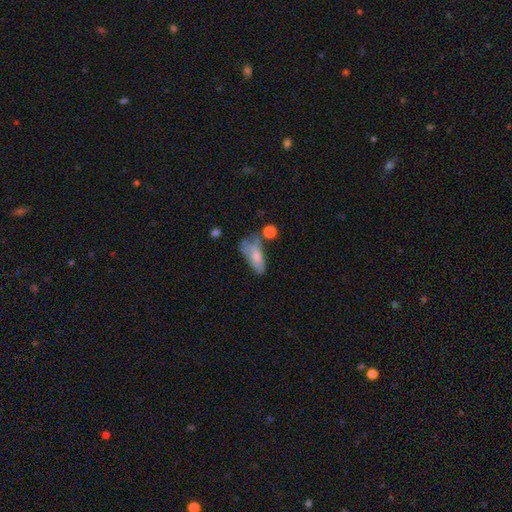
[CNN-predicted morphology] Smooth or featured?
  - smooth: 68% *
  - featured or disk: 24%
  - star or artifact: 8%
How rounded?
  - in between: 82% *
  - cigar-shaped: 14%
  - round: 4%
Merging?
  - minor disturbance: 31% * (tied)
  - none: 31% * (tied)
  - major disturbance: 26%
  - merger: 12%